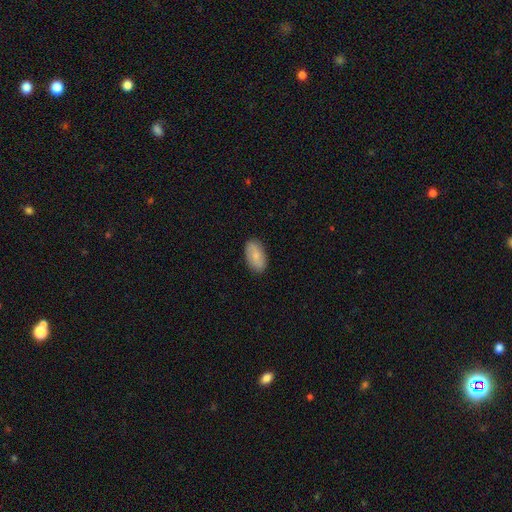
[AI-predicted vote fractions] Smooth or featured? Predicted: smooth (p=0.70). How rounded? Predicted: in between (p=0.93). Merging? Predicted: none (p=0.87).